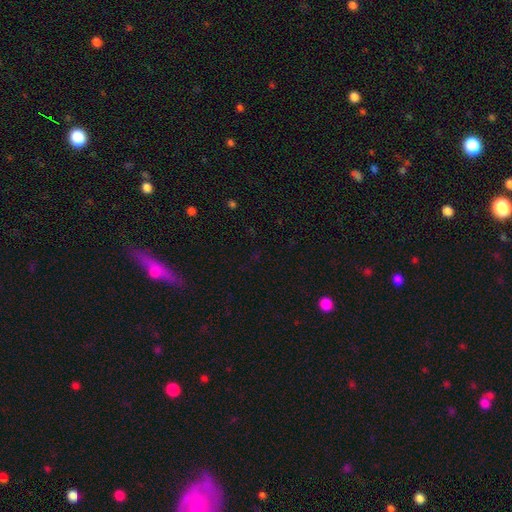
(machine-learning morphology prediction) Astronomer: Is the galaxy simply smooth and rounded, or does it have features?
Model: star or artifact — 67%.